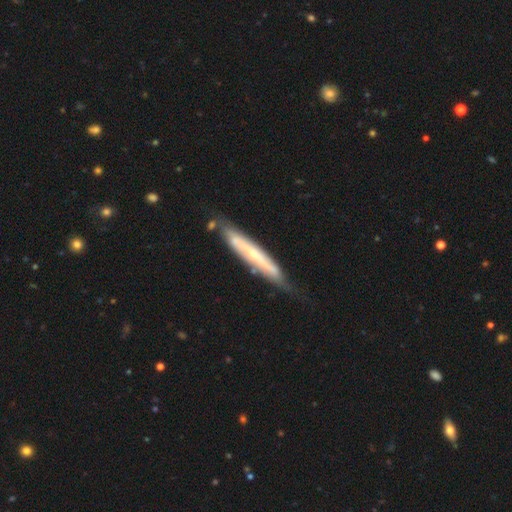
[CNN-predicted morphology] smooth-or-featured: featured or disk: 60% | smooth: 34% | star or artifact: 6%
  disk-edge-on: yes: 74% | no: 26%
  merging: none: 66% | minor disturbance: 25% | major disturbance: 5% | merger: 3%